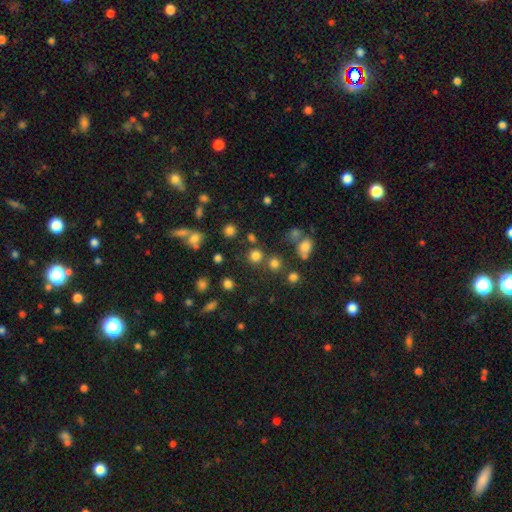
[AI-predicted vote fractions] A smooth galaxy with no disk features (75%) that is round (91%).

Vote fractions:
- Smooth or featured? smooth: 75% / star or artifact: 20% / featured or disk: 6%
- How rounded? round: 91% / in between: 8% / cigar-shaped: 1%
- Merging? none: 77% / merger: 12% / minor disturbance: 8% / major disturbance: 4%